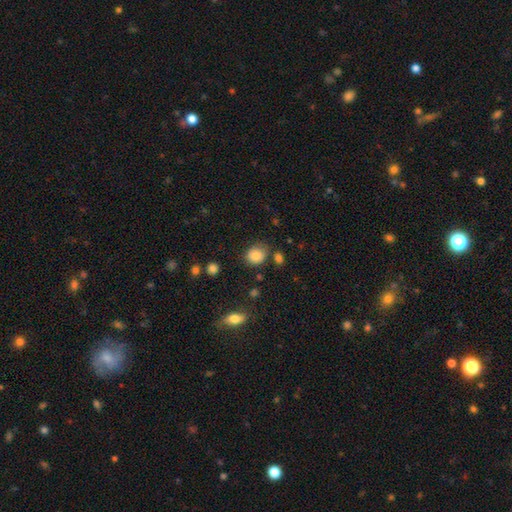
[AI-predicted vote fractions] Morphology: type=smooth (84%); roundness=round (71%); merging=none (74%).